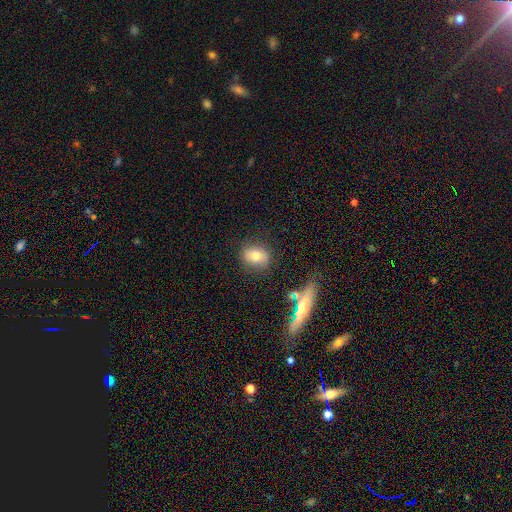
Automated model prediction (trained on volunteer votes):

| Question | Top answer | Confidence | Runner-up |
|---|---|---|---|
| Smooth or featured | smooth | 70% | featured or disk (19%) |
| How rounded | round | 55% | in between (42%) |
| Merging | none | 81% | minor disturbance (12%) |